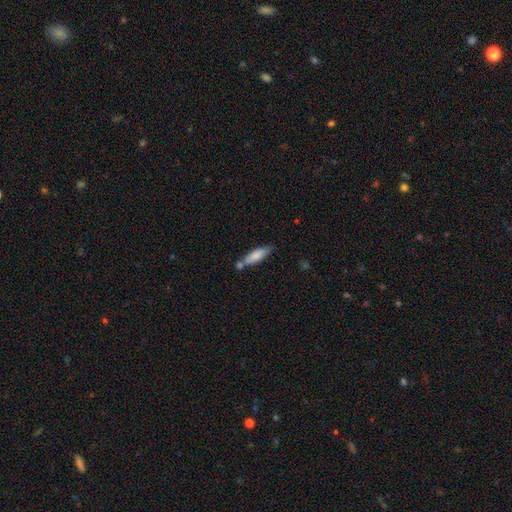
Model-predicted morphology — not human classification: type=smooth (81%); roundness=cigar-shaped (53%); merging=none (56%).